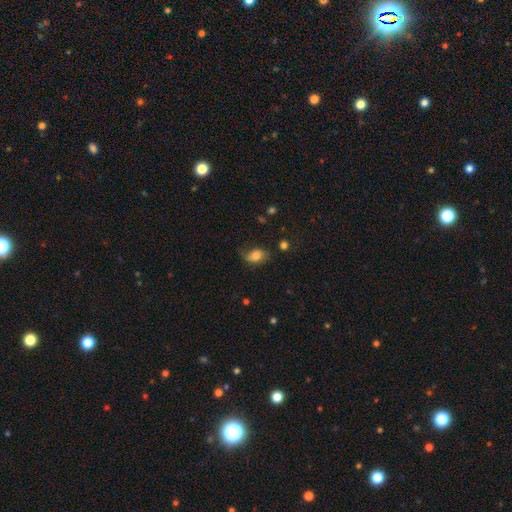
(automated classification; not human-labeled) Q: Smooth or featured?
A: smooth (68%); runner-up: featured or disk (22%)
Q: How rounded?
A: in between (79%); runner-up: round (19%)
Q: Merging?
A: none (50%); runner-up: minor disturbance (31%)